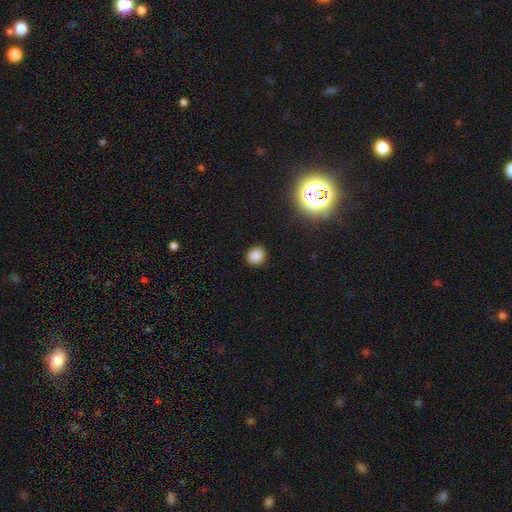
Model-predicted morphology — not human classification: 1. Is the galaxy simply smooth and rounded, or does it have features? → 83% smooth, 13% star or artifact, 3% featured or disk.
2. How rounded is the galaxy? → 81% round, 18% in between, 1% cigar-shaped.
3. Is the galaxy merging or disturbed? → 89% none, 7% minor disturbance, 2% major disturbance, 1% merger.